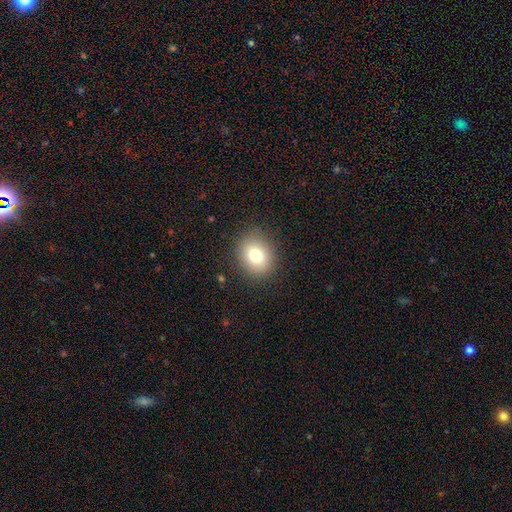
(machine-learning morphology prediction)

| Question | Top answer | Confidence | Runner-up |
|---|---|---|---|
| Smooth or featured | smooth | 78% | star or artifact (12%) |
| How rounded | round | 58% | in between (41%) |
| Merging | none | 87% | minor disturbance (9%) |